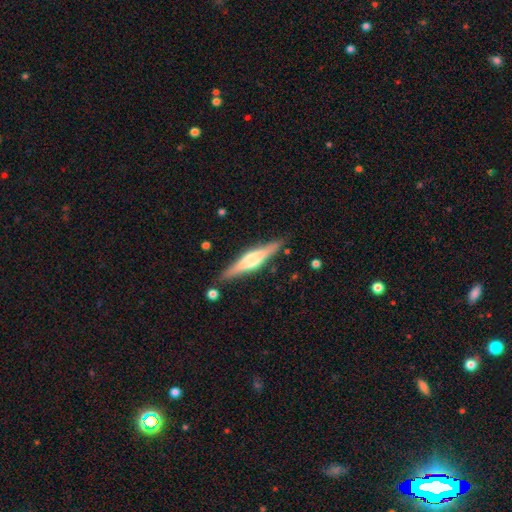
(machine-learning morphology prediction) A featured or disk galaxy (67%) viewed edge-on (97%) with a rounded central bulge (70%). Merging: none (86%).